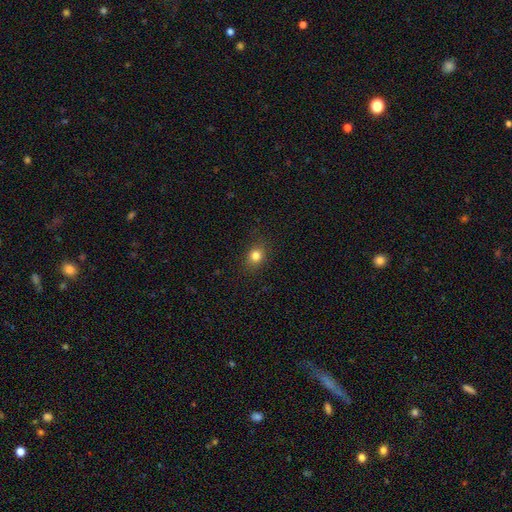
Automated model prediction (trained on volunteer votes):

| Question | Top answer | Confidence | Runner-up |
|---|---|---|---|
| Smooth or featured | smooth | 81% | star or artifact (13%) |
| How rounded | round | 63% | in between (36%) |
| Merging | none | 88% | minor disturbance (9%) |